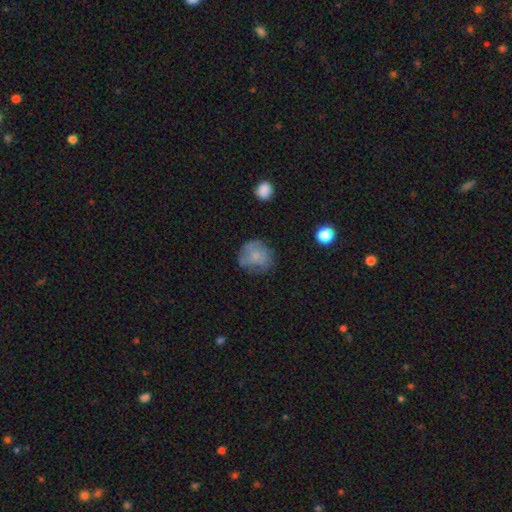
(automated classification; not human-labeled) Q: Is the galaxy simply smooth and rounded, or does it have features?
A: smooth — 67%.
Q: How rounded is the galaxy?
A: round — 84%.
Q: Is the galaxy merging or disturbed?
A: none — 65%.